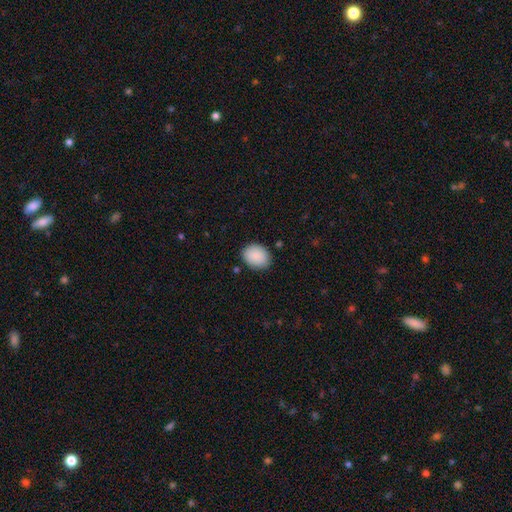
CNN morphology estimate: smooth-or-featured: smooth: 90% | star or artifact: 7% | featured or disk: 3%
  how-rounded: in between: 61% | round: 38% | cigar-shaped: 1%
  merging: none: 85% | minor disturbance: 11% | major disturbance: 2% | merger: 1%